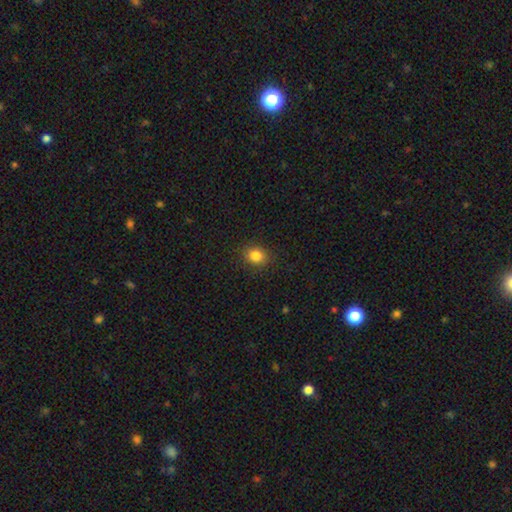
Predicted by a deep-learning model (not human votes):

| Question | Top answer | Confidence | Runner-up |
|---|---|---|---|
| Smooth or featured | smooth | 84% | star or artifact (11%) |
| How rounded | round | 60% | in between (39%) |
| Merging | none | 88% | minor disturbance (8%) |